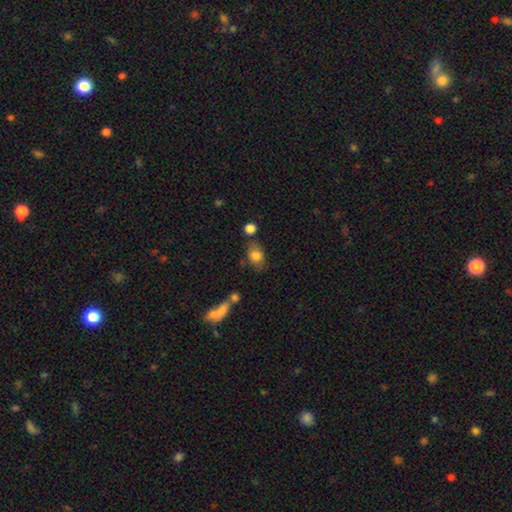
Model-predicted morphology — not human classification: The model was most divided on "merging": none: 63%, minor disturbance: 20%, merger: 10%, major disturbance: 7%. More confident: smooth or featured — smooth (78%); how rounded — in between (70%).